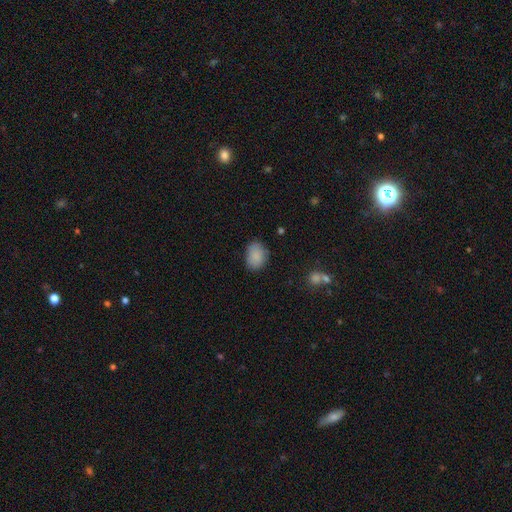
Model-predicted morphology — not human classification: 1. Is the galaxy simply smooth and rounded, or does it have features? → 87% smooth, 8% star or artifact, 5% featured or disk.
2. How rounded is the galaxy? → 70% in between, 29% round, 1% cigar-shaped.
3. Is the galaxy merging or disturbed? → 77% none, 17% minor disturbance, 4% major disturbance, 1% merger.